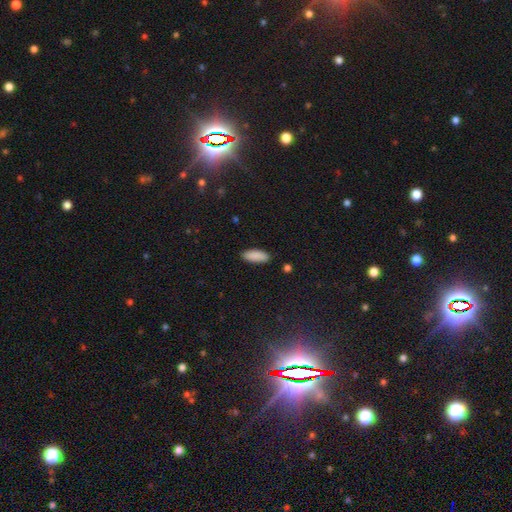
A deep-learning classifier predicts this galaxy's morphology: A smooth galaxy with no disk features (89%) that is in between round and cigar-shaped (77%). Merging: none (88%).